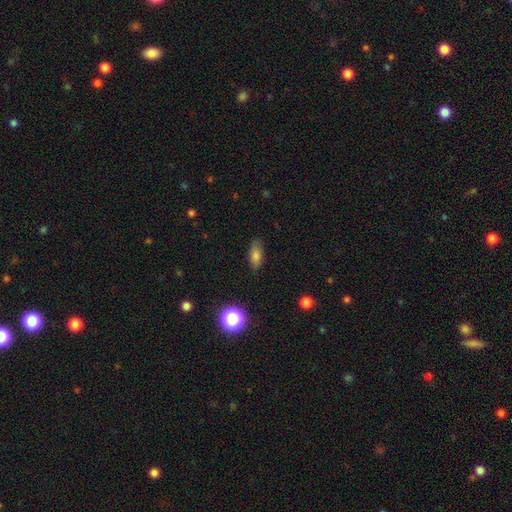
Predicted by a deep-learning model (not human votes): Morphology: type=smooth (78%); roundness=in between (77%); merging=none (85%).